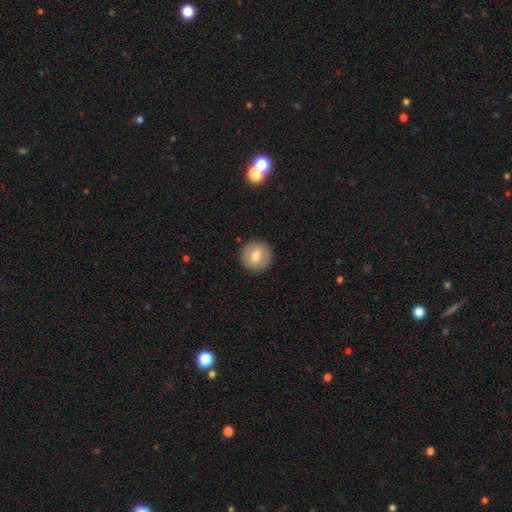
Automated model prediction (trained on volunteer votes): Smooth or featured? Predicted: smooth (p=0.67). How rounded? Predicted: round (p=0.93). Merging? Predicted: none (p=0.90).